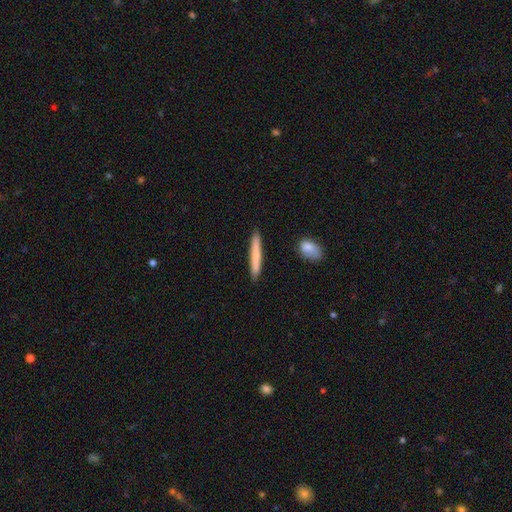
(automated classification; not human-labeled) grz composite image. It shows a smooth galaxy with no disk features (70%) that is cigar-shaped (95%). Merging: none (89%).